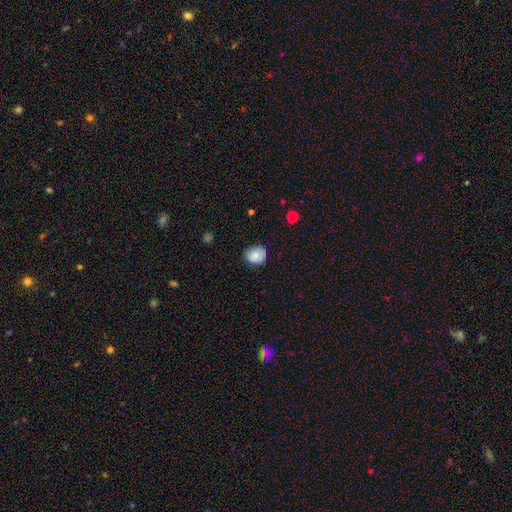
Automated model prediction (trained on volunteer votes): A smooth galaxy with no disk features (76%) that is round (68%).

Vote fractions:
- Smooth or featured? smooth: 76% / featured or disk: 16% / star or artifact: 8%
- How rounded? round: 68% / in between: 31% / cigar-shaped: 1%
- Merging? none: 72% / minor disturbance: 23% / major disturbance: 4% / merger: 1%